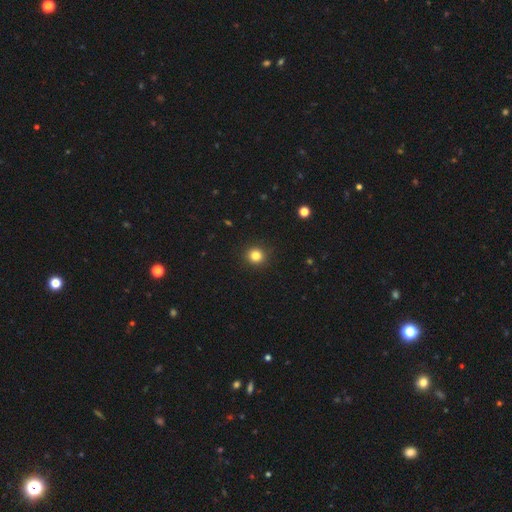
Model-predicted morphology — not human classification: Smooth or featured: smooth — 83% (star or artifact — 13%)
How rounded: round — 92% (in between — 7%)
Merging: none — 92% (minor disturbance — 5%)